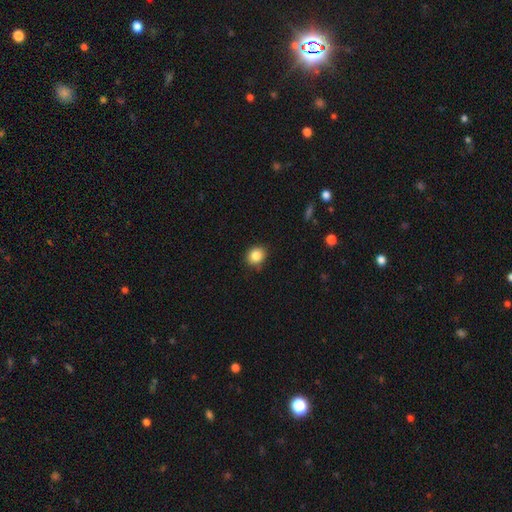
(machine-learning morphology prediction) The model was most divided on "how rounded": round: 72%, in between: 28%, cigar-shaped: 1%. More confident: smooth or featured — smooth (85%); merging — none (84%).